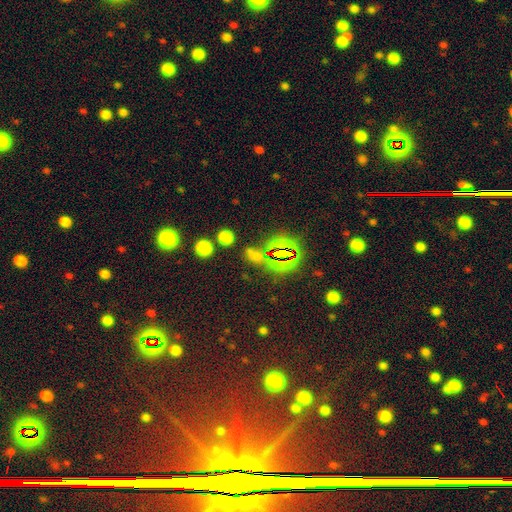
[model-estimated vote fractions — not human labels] Smooth or featured? Predicted: star or artifact (p=0.52).